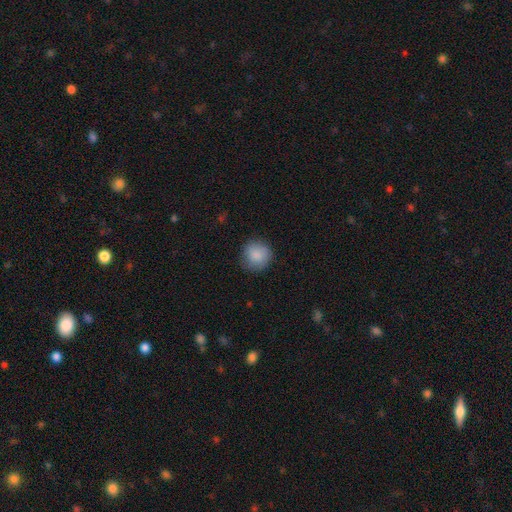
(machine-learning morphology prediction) Overall: smooth (87%). How rounded: round (93%). Merging: none (84%).